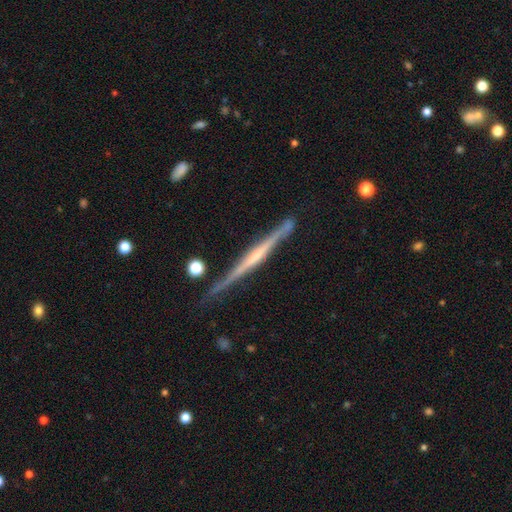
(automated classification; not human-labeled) smooth_or_featured: featured or disk (p=0.79) [alt: smooth p=0.16]
disk_edge_on: yes (p=0.98) [alt: no p=0.02]
edge_on_bulge: rounded (p=0.42) [alt: none p=0.39]
merging: none (p=0.82) [alt: minor disturbance p=0.13]